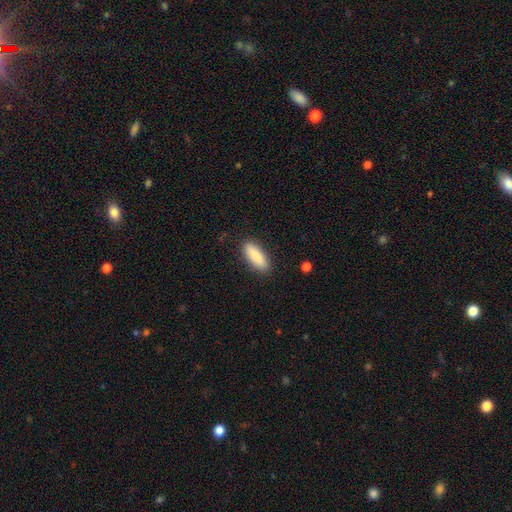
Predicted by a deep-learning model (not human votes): This is clearly a smooth galaxy (89%). How rounded: likely in between (61%). Merging: clearly none (88%).